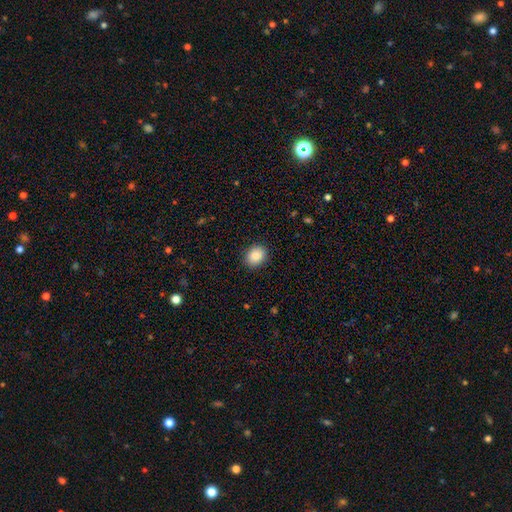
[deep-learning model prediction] A smooth galaxy with no disk features (85%) that is round (50%).

Vote fractions:
- Smooth or featured? smooth: 85% / star or artifact: 9% / featured or disk: 7%
- How rounded? round: 50% / in between: 49% / cigar-shaped: 1%
- Merging? none: 89% / minor disturbance: 8% / major disturbance: 2% / merger: 1%